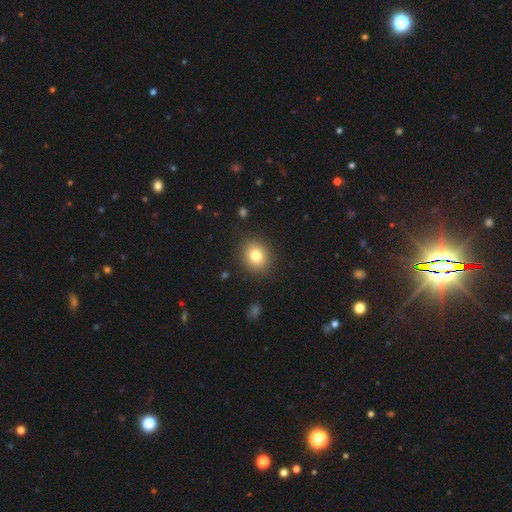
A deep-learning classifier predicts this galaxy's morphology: A smooth galaxy with no disk features (80%) that is round (66%).

Vote fractions:
- Smooth or featured? smooth: 80% / star or artifact: 11% / featured or disk: 9%
- How rounded? round: 66% / in between: 33% / cigar-shaped: 1%
- Merging? none: 88% / minor disturbance: 8% / major disturbance: 3% / merger: 1%